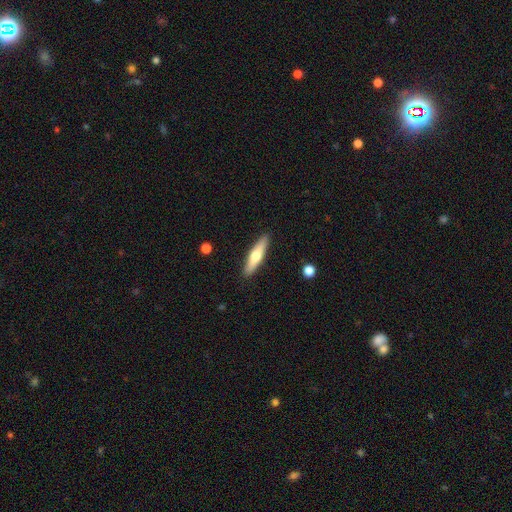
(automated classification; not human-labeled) smooth_or_featured: smooth (p=0.55) [alt: featured or disk p=0.40]
how_rounded: cigar-shaped (p=0.76) [alt: in between p=0.23]
merging: none (p=0.90) [alt: minor disturbance p=0.07]